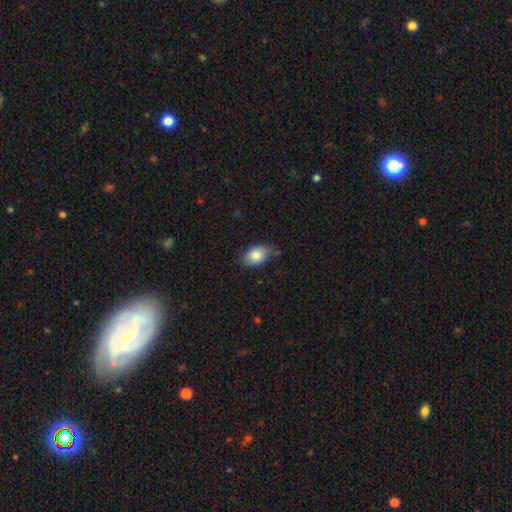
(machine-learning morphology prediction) smooth_or_featured: smooth (p=0.86) [alt: featured or disk p=0.07]
how_rounded: in between (p=0.90) [alt: round p=0.09]
merging: none (p=0.74) [alt: minor disturbance p=0.21]